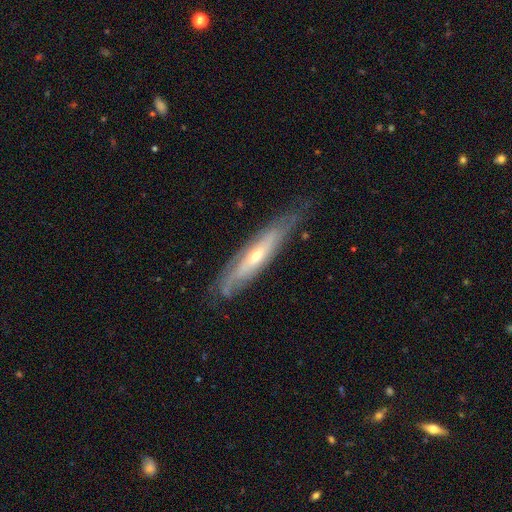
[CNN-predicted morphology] Smooth or featured?
  - featured or disk: 72% *
  - smooth: 22%
  - star or artifact: 6%
Edge-on disk?
  - yes: 50% * (tied)
  - no: 50% * (tied)
Merging?
  - none: 72% *
  - minor disturbance: 20%
  - major disturbance: 7%
  - merger: 1%